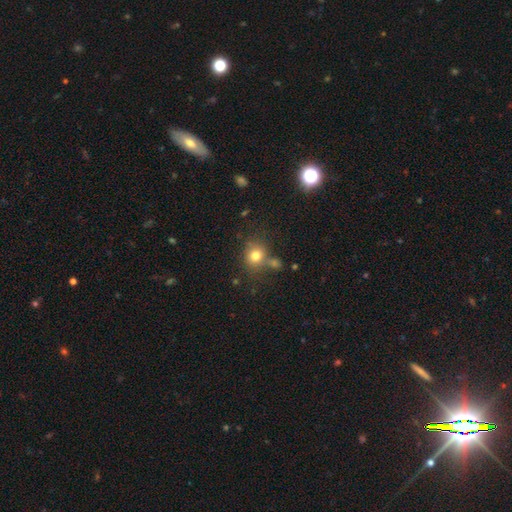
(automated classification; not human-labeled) The model was most divided on "how rounded": round: 73%, in between: 26%, cigar-shaped: 1%. More confident: smooth or featured — smooth (77%); merging — none (65%).